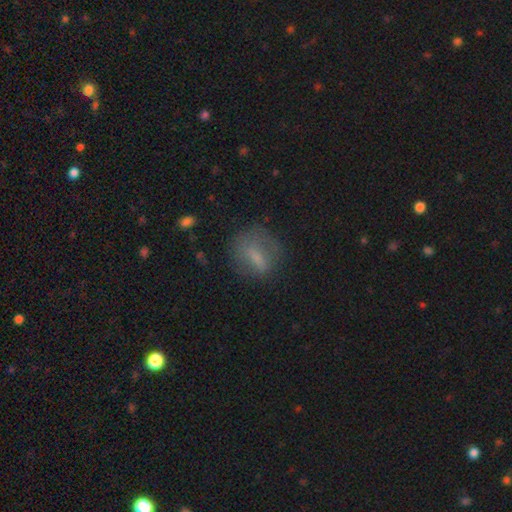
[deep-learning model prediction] smooth_or_featured: smooth (p=0.58) [alt: featured or disk p=0.29]
how_rounded: in between (p=0.48) [alt: round p=0.42]
merging: none (p=0.65) [alt: minor disturbance p=0.20]